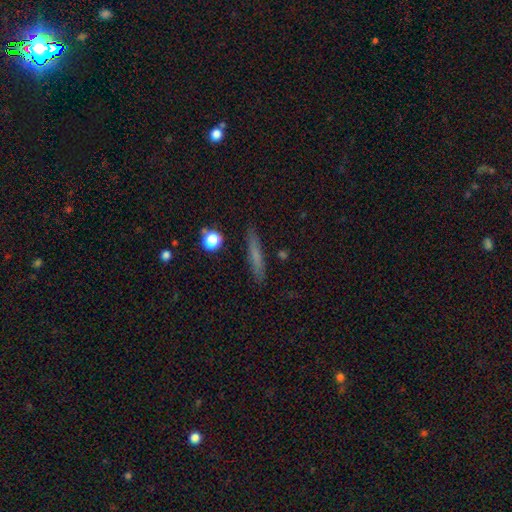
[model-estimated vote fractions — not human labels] Smooth or featured: smooth — 63% (featured or disk — 27%)
How rounded: cigar-shaped — 91% (in between — 6%)
Merging: none — 88% (minor disturbance — 8%)